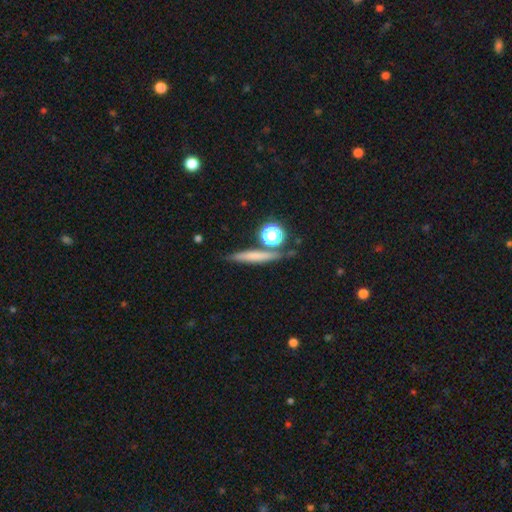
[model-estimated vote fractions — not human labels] Morphology: type=smooth (62%); roundness=cigar-shaped (76%); merging=none (78%).